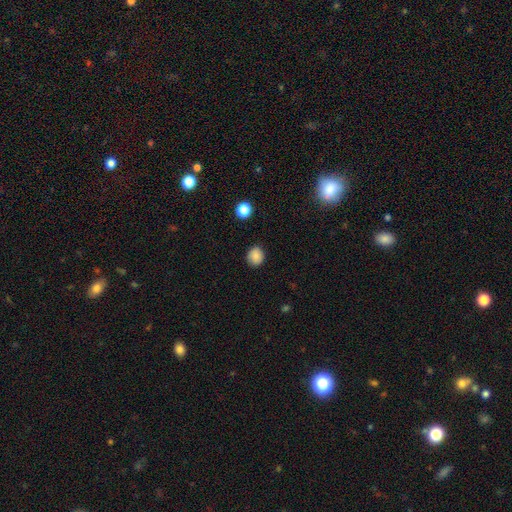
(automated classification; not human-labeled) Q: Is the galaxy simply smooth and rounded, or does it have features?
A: smooth — 85%.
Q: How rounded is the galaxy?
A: round — 77%.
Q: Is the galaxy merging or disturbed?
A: none — 85%.